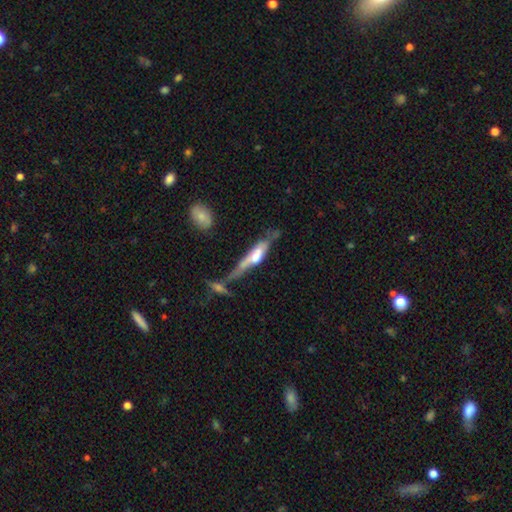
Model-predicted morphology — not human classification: Smooth or featured? featured or disk (52%)
Edge-on disk? yes (66%)
Merging? major disturbance (29%)